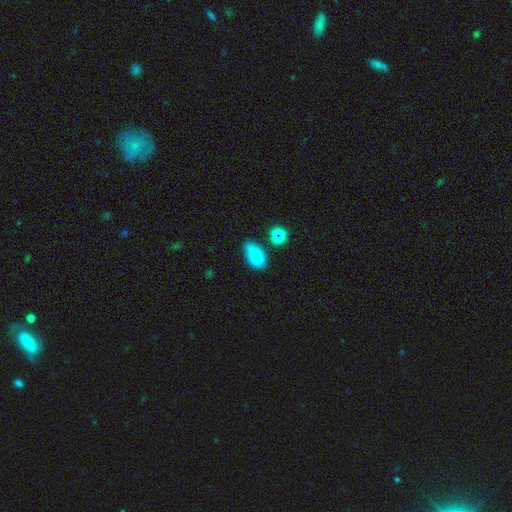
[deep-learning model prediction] Smooth or featured?
  - smooth: 78% *
  - star or artifact: 12%
  - featured or disk: 10%
How rounded?
  - in between: 88% *
  - round: 10%
  - cigar-shaped: 2%
Merging?
  - none: 56% *
  - minor disturbance: 31%
  - major disturbance: 7%
  - merger: 6%